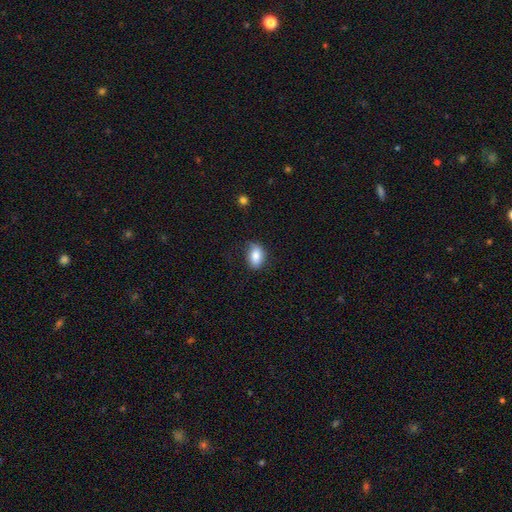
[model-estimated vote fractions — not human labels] Smooth or featured: smooth — 82% (featured or disk — 10%)
How rounded: in between — 85% (round — 13%)
Merging: none — 68% (minor disturbance — 24%)